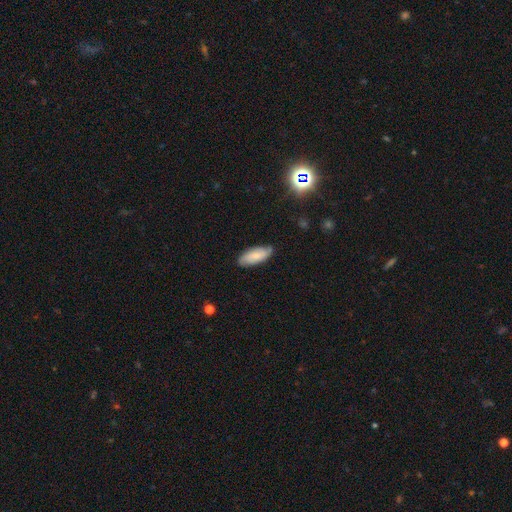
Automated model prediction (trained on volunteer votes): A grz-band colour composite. It shows a smooth galaxy with no disk features (60%) that is in between round and cigar-shaped (83%). Merging: none (77%).